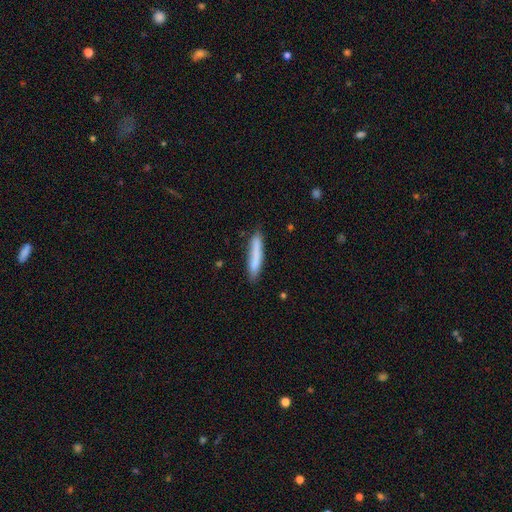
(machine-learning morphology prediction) Smooth or featured? smooth (78%)
How rounded? cigar-shaped (92%)
Merging? none (82%)